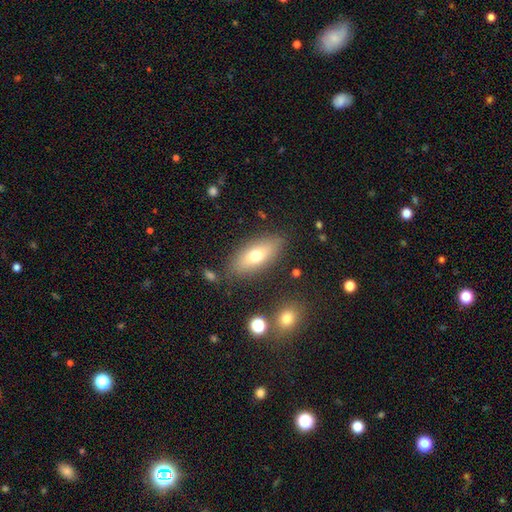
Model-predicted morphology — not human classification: Overall: smooth (68%). How rounded: in between (79%). Merging: none (83%).